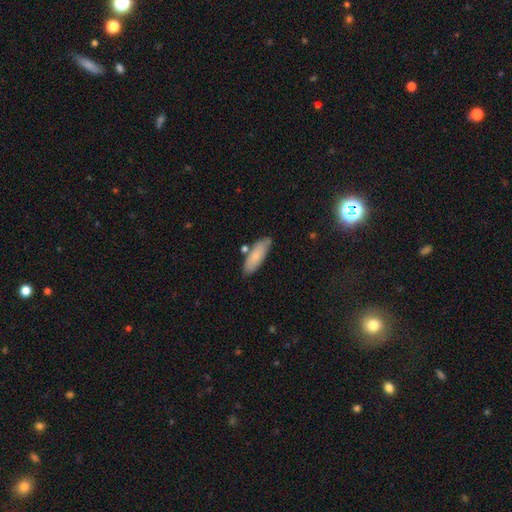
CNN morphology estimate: Q: Smooth or featured?
A: smooth (81%); runner-up: featured or disk (13%)
Q: How rounded?
A: in between (56%); runner-up: cigar-shaped (42%)
Q: Merging?
A: none (75%); runner-up: minor disturbance (16%)